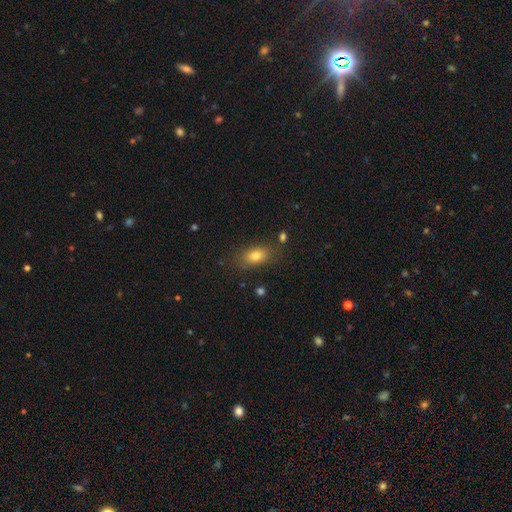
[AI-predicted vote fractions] This is likely a smooth galaxy (79%). How rounded: clearly in between (82%). Merging: likely none (79%).